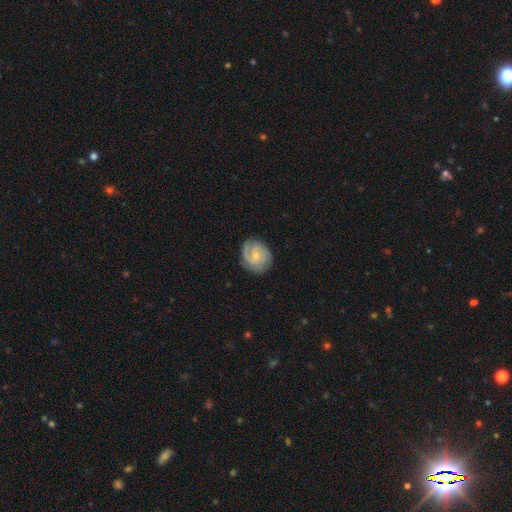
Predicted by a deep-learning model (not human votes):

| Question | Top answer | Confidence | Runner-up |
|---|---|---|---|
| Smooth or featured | featured or disk | 79% | smooth (15%) |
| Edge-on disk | no | 98% | yes (2%) |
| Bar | no | 60% | weak (35%) |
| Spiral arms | yes | 96% | no (4%) |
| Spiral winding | tight | 54% | medium (37%) |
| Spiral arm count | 2 | 40% | 3 (30%) |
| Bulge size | small | 63% | moderate (32%) |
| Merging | none | 80% | minor disturbance (15%) |